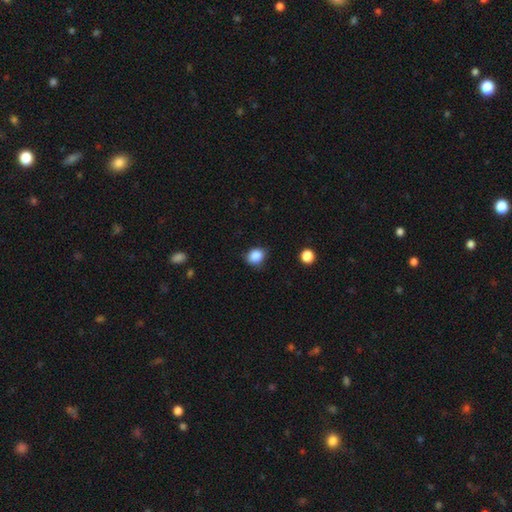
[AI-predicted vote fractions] Smooth or featured? Predicted: smooth (p=0.87). How rounded? Predicted: round (p=0.63). Merging? Predicted: none (p=0.77).